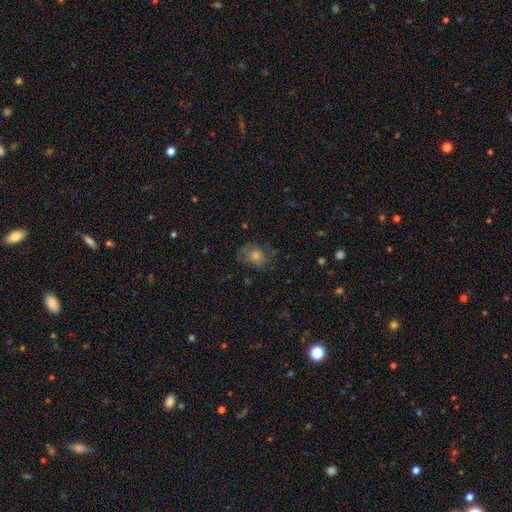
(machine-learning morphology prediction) Smooth or featured?
  - smooth: 57% *
  - featured or disk: 25%
  - star or artifact: 18%
How rounded?
  - round: 51% *
  - in between: 48%
  - cigar-shaped: 1%
Merging?
  - none: 68% *
  - minor disturbance: 21%
  - major disturbance: 9%
  - merger: 2%